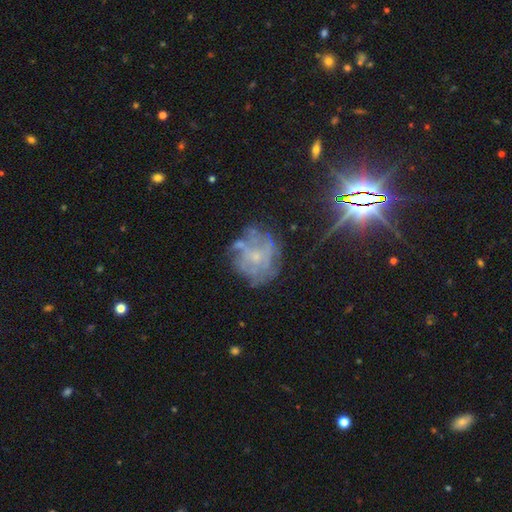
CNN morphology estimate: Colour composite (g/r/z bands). It shows a featured or disk galaxy (64%) with no bar (83%), no spiral arms (52%) and a small central bulge (61%). Merging: none (60%).